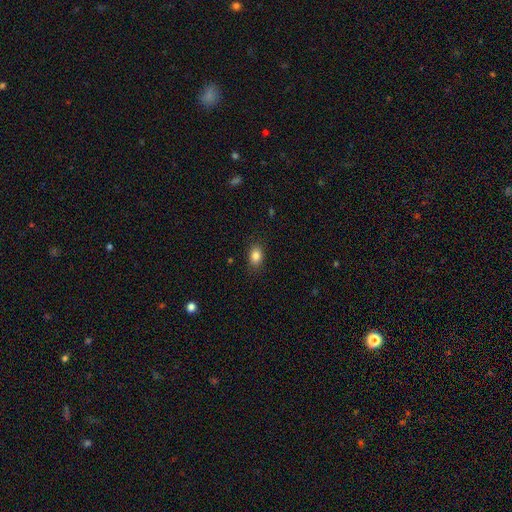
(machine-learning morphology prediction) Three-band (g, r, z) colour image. It shows a smooth galaxy with no disk features (85%) that is in between round and cigar-shaped (77%). Merging: none (86%).